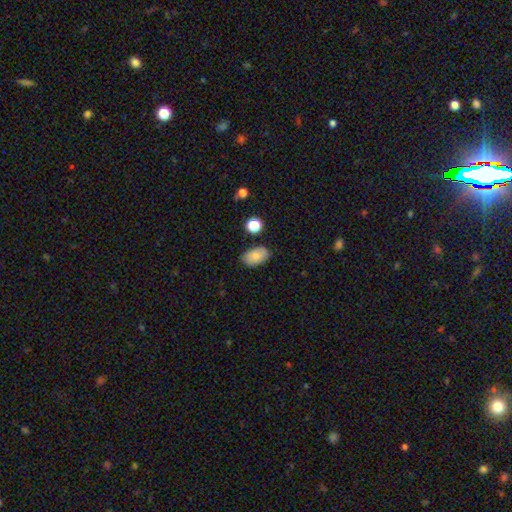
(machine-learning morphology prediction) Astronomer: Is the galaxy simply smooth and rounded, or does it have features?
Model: smooth — 81%.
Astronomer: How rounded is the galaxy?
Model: in between — 91%.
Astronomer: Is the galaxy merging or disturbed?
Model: none — 80%.